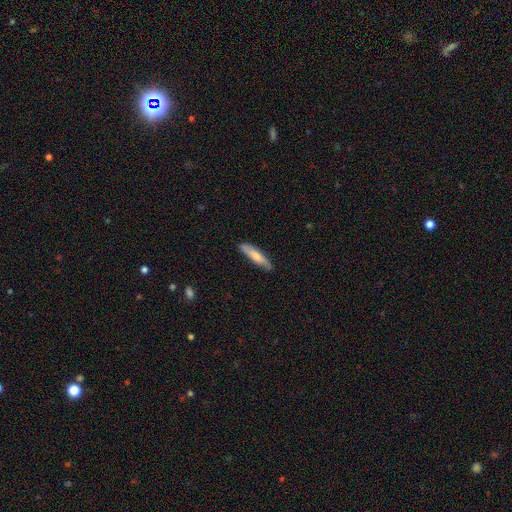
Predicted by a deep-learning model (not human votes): A smooth galaxy with no disk features (69%) that is cigar-shaped (76%). Merging: none (80%).